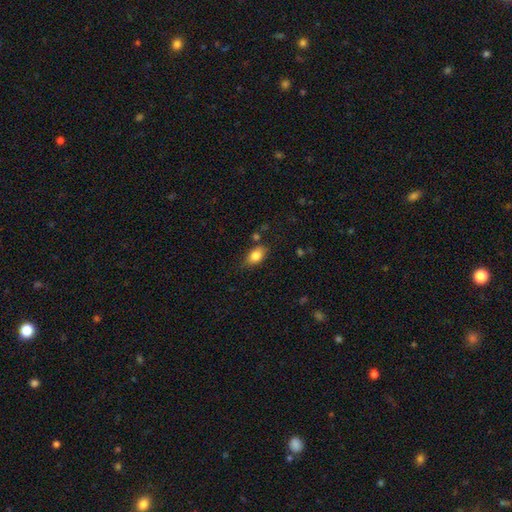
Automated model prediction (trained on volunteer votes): smooth_or_featured: smooth (p=0.84) [alt: featured or disk p=0.08]
how_rounded: in between (p=0.86) [alt: round p=0.11]
merging: none (p=0.72) [alt: minor disturbance p=0.19]